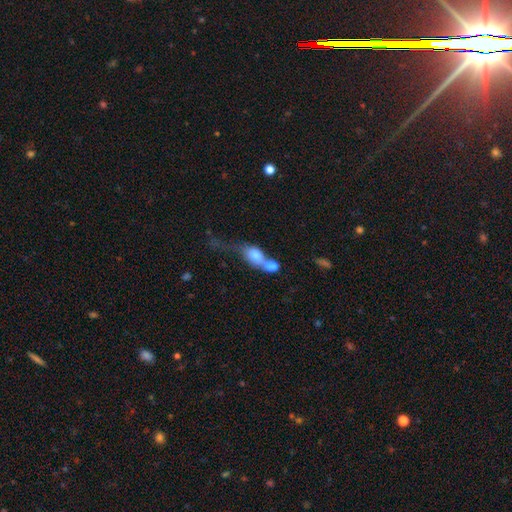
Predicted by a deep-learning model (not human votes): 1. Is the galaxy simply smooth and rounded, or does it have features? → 65% smooth, 27% featured or disk, 9% star or artifact.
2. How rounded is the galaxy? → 66% in between, 23% round, 10% cigar-shaped.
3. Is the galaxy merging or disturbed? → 72% merger, 11% major disturbance, 10% none, 6% minor disturbance.